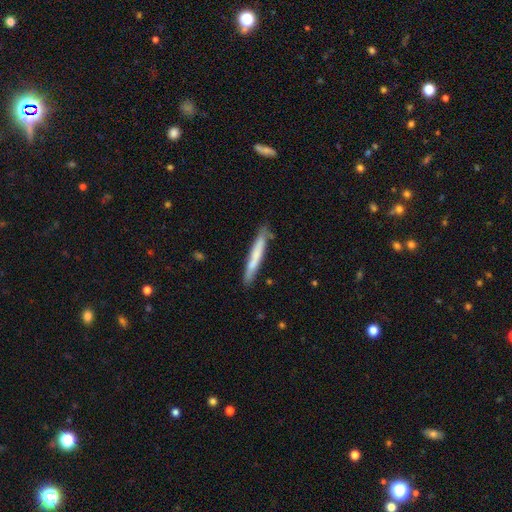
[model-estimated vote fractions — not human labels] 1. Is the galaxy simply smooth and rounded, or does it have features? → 63% smooth, 31% featured or disk, 6% star or artifact.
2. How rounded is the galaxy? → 96% cigar-shaped, 3% in between, 1% round.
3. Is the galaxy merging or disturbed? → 80% none, 15% minor disturbance, 3% merger, 2% major disturbance.